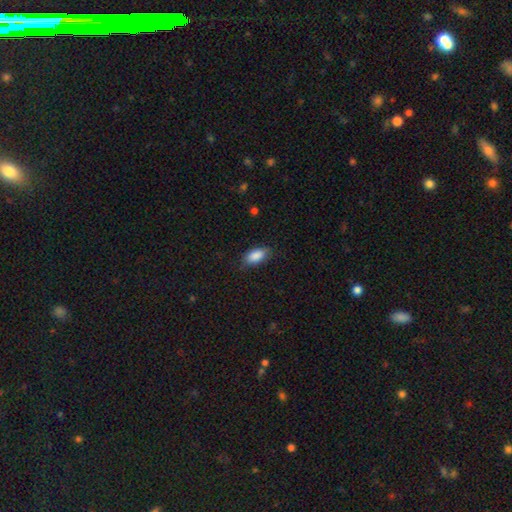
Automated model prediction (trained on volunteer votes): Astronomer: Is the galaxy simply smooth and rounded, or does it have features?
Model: smooth — 88%.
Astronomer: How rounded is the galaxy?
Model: in between — 91%.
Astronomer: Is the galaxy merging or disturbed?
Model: none — 80%.